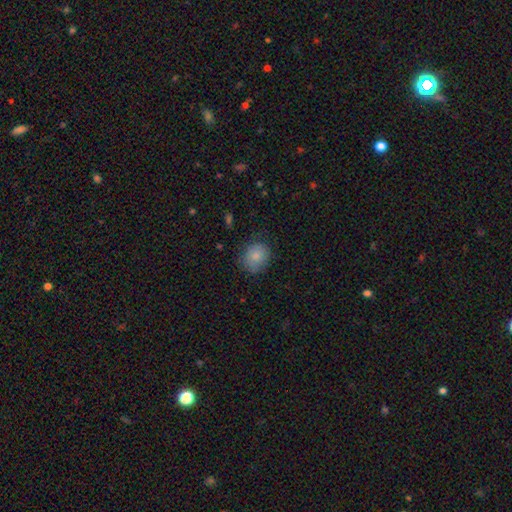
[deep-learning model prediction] Q: Smooth or featured?
A: smooth (85%); runner-up: star or artifact (8%)
Q: How rounded?
A: round (67%); runner-up: in between (32%)
Q: Merging?
A: none (78%); runner-up: minor disturbance (17%)